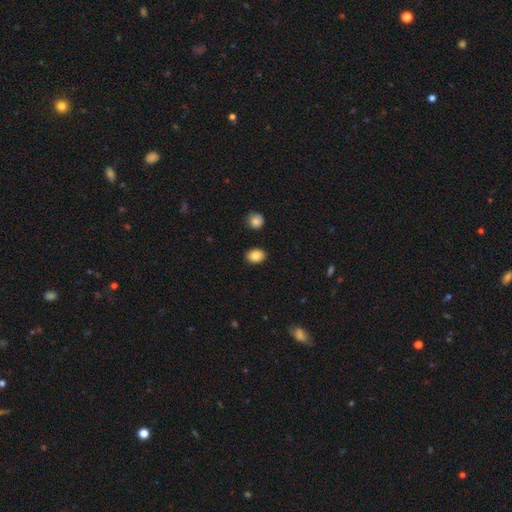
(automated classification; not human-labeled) Overall: smooth (86%). How rounded: in between (64%; round 35%). Merging: none (89%).